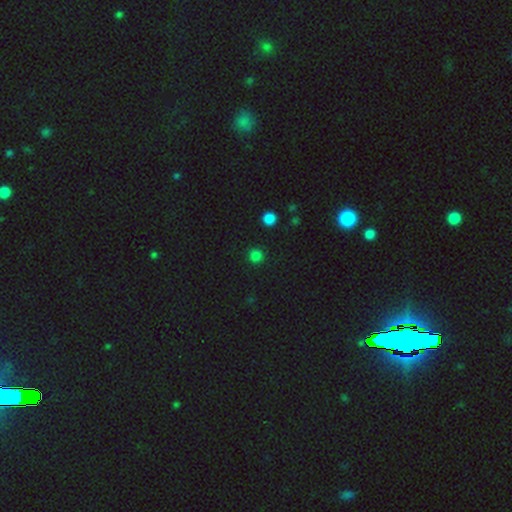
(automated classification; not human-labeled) Smooth or featured? Predicted: smooth (p=0.81). How rounded? Predicted: round (p=0.95). Merging? Predicted: none (p=0.91).